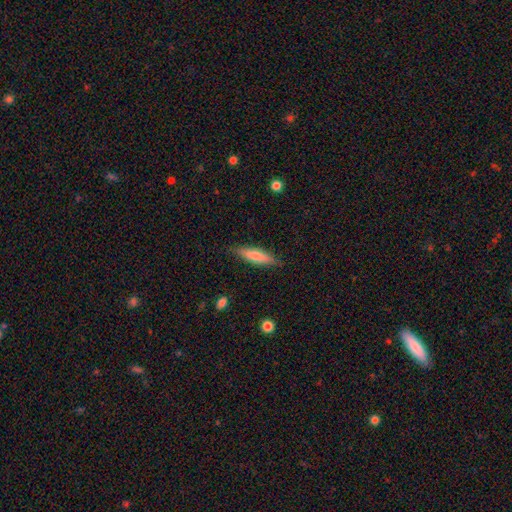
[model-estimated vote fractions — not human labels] Morphology: type=smooth (66%); roundness=cigar-shaped (79%); merging=none (87%).